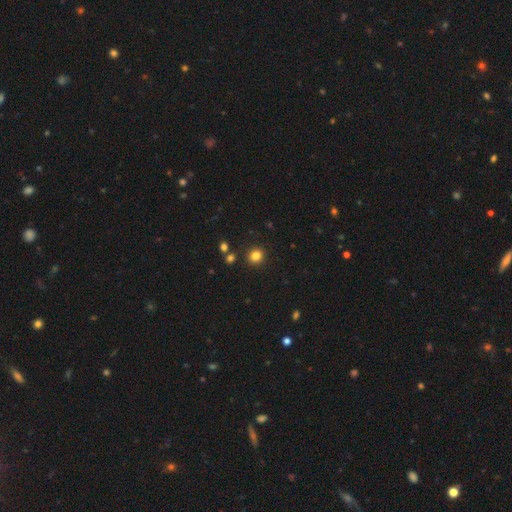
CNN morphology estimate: smooth_or_featured: smooth (p=0.82) [alt: star or artifact p=0.13]
how_rounded: round (p=0.83) [alt: in between p=0.16]
merging: none (p=0.89) [alt: minor disturbance p=0.06]